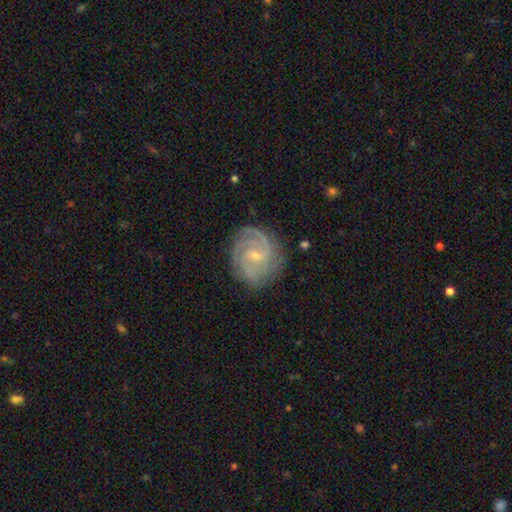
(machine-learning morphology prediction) A featured or disk galaxy (89%) with no bar (45%), 3 (36%) tight (59%) spiral arms (98%) and a small central bulge (74%).

Vote fractions:
- Smooth or featured? featured or disk: 89% / smooth: 6% / star or artifact: 5%
- Edge-on disk? no: 98% / yes: 2%
- Bar? no: 45% / weak: 44% / strong: 10%
- Spiral arms? yes: 98% / no: 2%
- Spiral winding? tight: 59% / medium: 35% / loose: 6%
- Spiral arm count? 3: 36% / 2: 31% / can't tell: 13% / 4: 10% / more than 4: 5% / 1: 5%
- Bulge size? small: 74% / moderate: 22% / none: 2% / large: 1% / dominant: 1%
- Merging? none: 81% / minor disturbance: 14% / major disturbance: 4% / merger: 1%